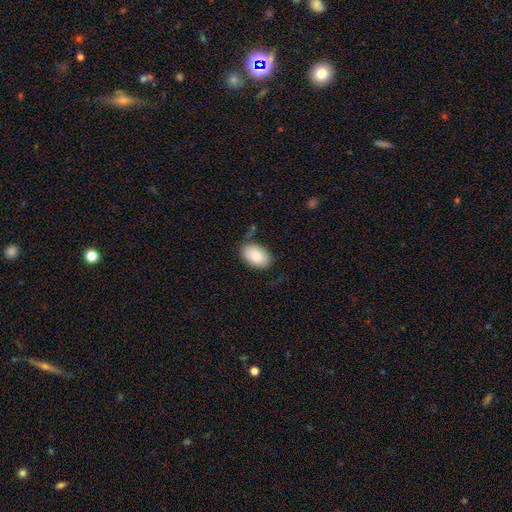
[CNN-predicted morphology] smooth-or-featured: smooth: 87% | featured or disk: 7% | star or artifact: 6%
  how-rounded: in between: 93% | round: 6% | cigar-shaped: 1%
  merging: none: 77% | minor disturbance: 16% | major disturbance: 4% | merger: 3%